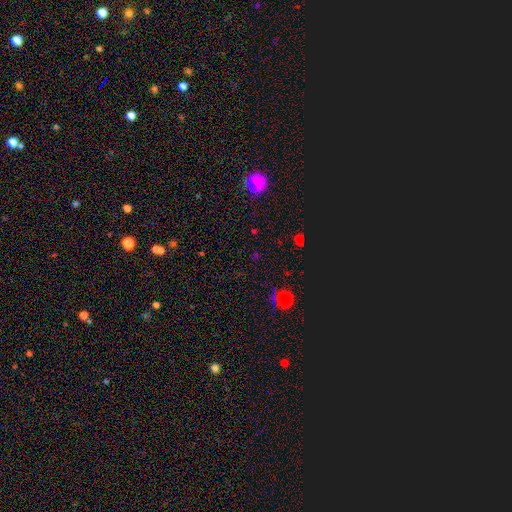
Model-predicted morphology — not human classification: Smooth or featured? star or artifact (56%)